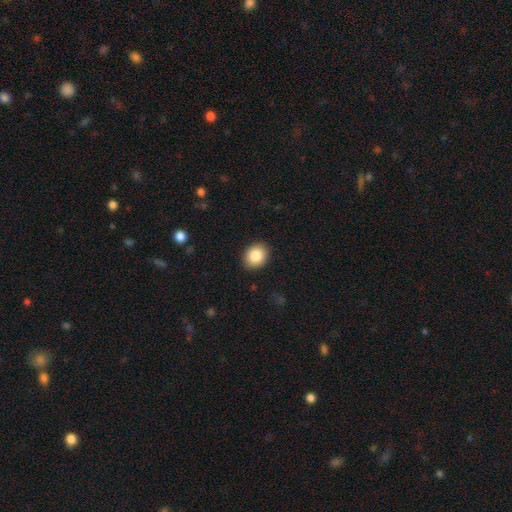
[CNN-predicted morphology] Q: Smooth or featured?
A: smooth (86%); runner-up: star or artifact (8%)
Q: How rounded?
A: round (61%); runner-up: in between (38%)
Q: Merging?
A: none (91%); runner-up: minor disturbance (7%)